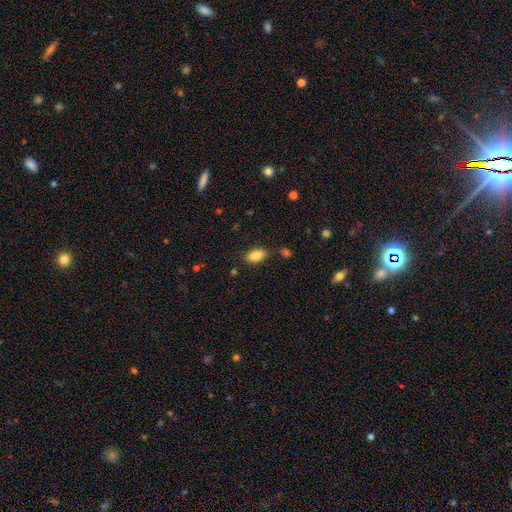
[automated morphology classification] smooth 85%, star or artifact 8%, featured or disk 7%. Down the decision tree: how rounded — in between (91%); merging — none (80%).